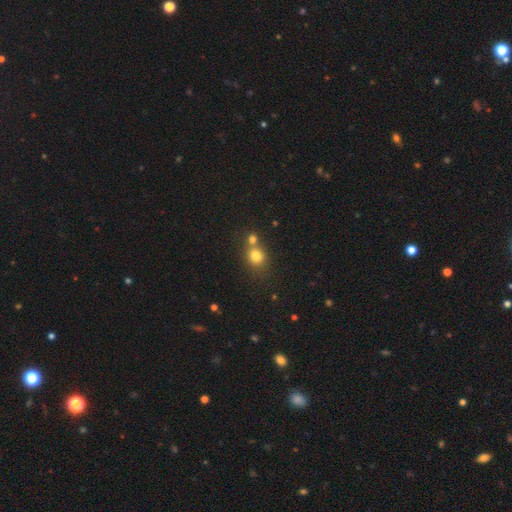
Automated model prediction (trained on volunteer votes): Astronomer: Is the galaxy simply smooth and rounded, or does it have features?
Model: smooth — 78%.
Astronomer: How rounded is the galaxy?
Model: round — 74%.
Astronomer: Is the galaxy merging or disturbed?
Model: none — 48% (runner-up: merger, 39%).